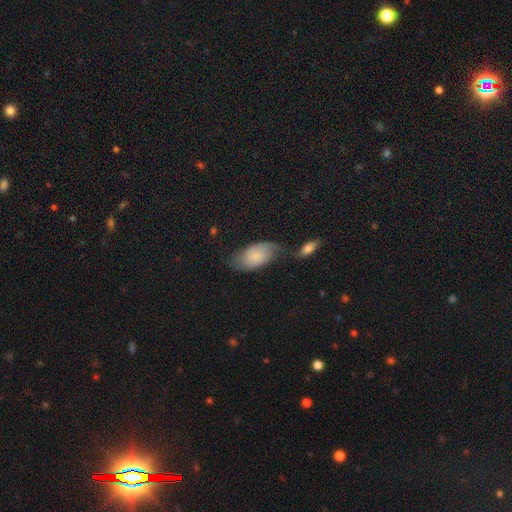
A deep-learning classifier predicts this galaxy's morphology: smooth-or-featured: smooth: 64% | featured or disk: 29% | star or artifact: 7%
  how-rounded: in between: 92% | round: 4% | cigar-shaped: 3%
  merging: none: 45% | minor disturbance: 24% | merger: 18% | major disturbance: 12%